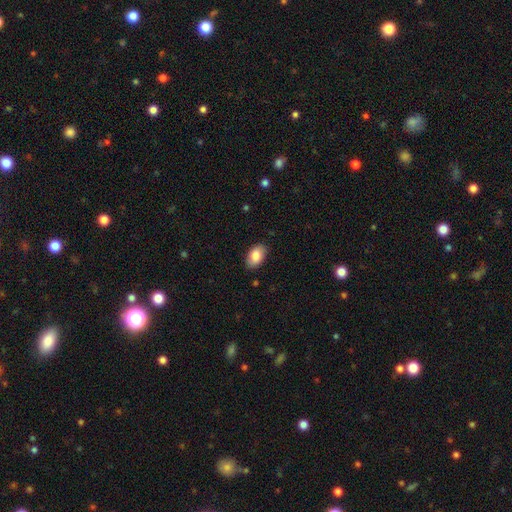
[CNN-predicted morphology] Smooth or featured?
  - smooth: 84% *
  - featured or disk: 9%
  - star or artifact: 7%
How rounded?
  - in between: 92% *
  - round: 6%
  - cigar-shaped: 1%
Merging?
  - none: 86% *
  - minor disturbance: 11%
  - major disturbance: 2%
  - merger: 1%